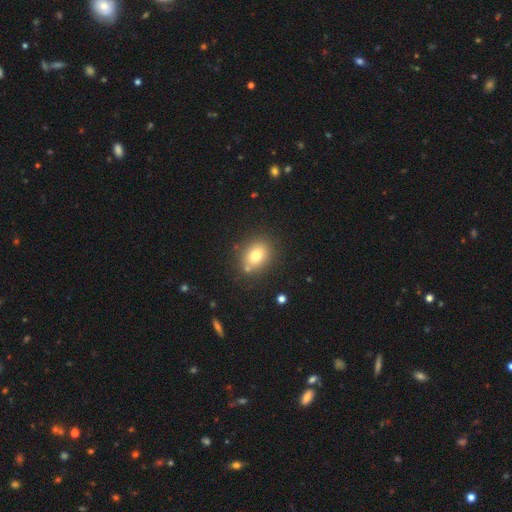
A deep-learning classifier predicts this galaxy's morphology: The model was most divided on "how rounded": in between: 54%, round: 45%, cigar-shaped: 1%. More confident: merging — none (79%); smooth or featured — smooth (77%).